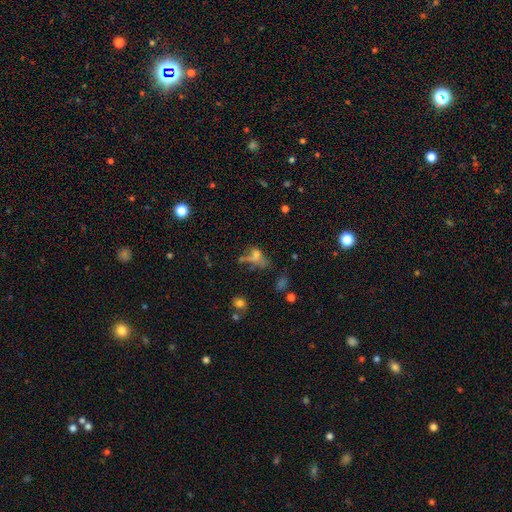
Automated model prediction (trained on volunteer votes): Q: Smooth or featured?
A: smooth (45%); runner-up: star or artifact (28%)
Q: Merging?
A: none (37%); runner-up: major disturbance (25%)